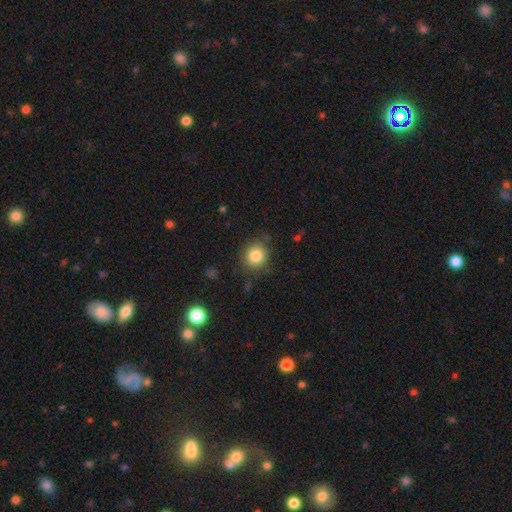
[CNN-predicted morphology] This is clearly a smooth galaxy (84%). How rounded: clearly round (85%). Merging: clearly none (81%).